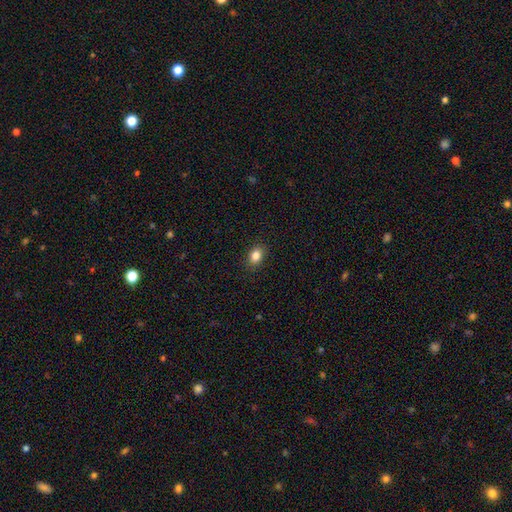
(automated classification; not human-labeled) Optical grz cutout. It shows a smooth galaxy with no disk features (84%) that is in between round and cigar-shaped (66%). Merging: none (88%).